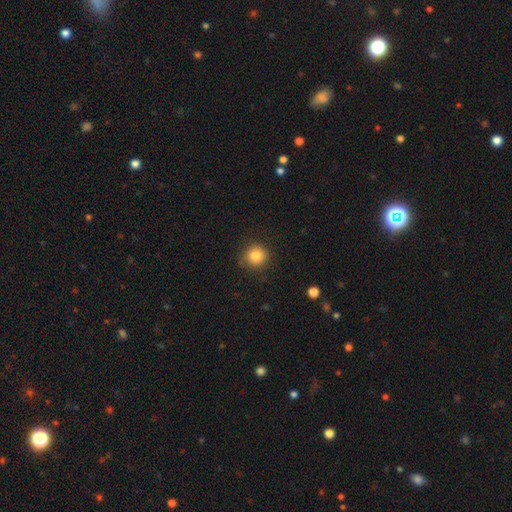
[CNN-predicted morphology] A smooth galaxy with no disk features (84%) that is round (92%). Merging: none (87%).